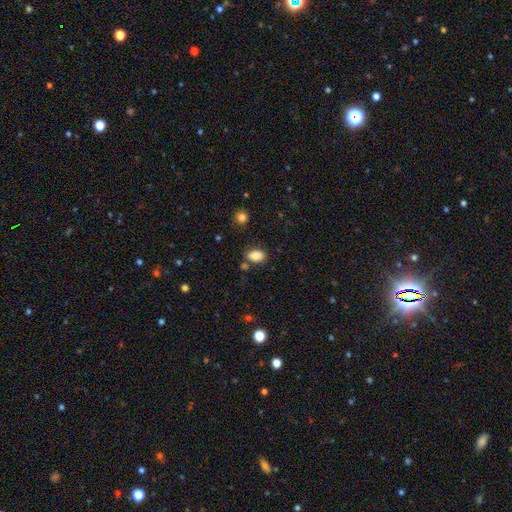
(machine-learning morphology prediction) smooth 85%, star or artifact 9%, featured or disk 6%. Down the decision tree: how rounded — in between (84%); merging — none (72%).